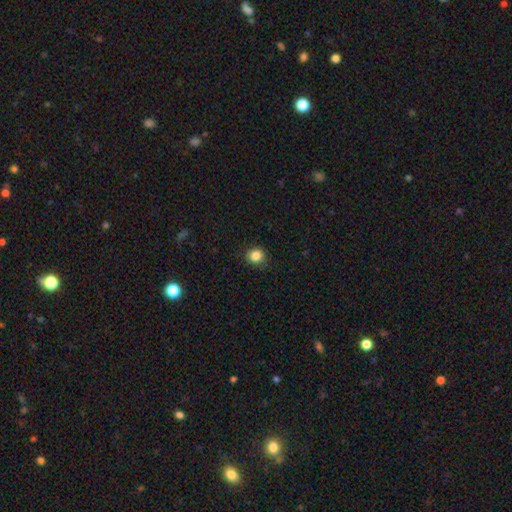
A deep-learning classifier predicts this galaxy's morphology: Smooth or featured?
  - smooth: 85% *
  - star or artifact: 11%
  - featured or disk: 4%
How rounded?
  - round: 86% *
  - in between: 13%
  - cigar-shaped: 1%
Merging?
  - none: 88% *
  - minor disturbance: 9%
  - major disturbance: 2%
  - merger: 1%